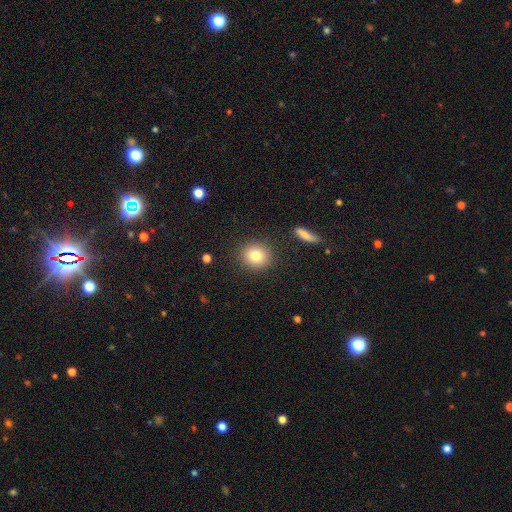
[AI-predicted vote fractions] Overall: smooth (80%). How rounded: round (81%). Merging: none (88%).